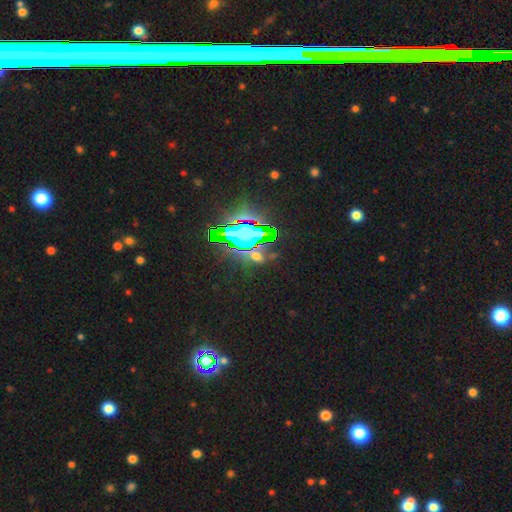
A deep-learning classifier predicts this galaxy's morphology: smooth-or-featured: star or artifact: 64% | smooth: 22% | featured or disk: 14%